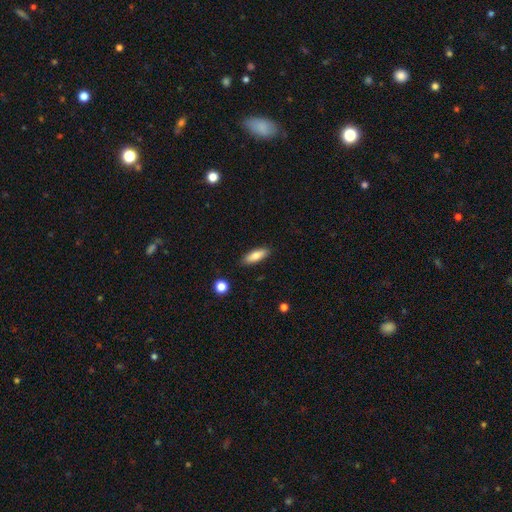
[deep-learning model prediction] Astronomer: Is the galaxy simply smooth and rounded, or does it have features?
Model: smooth — 76%.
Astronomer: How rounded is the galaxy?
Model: in between — 63%.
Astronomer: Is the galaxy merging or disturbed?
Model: none — 88%.